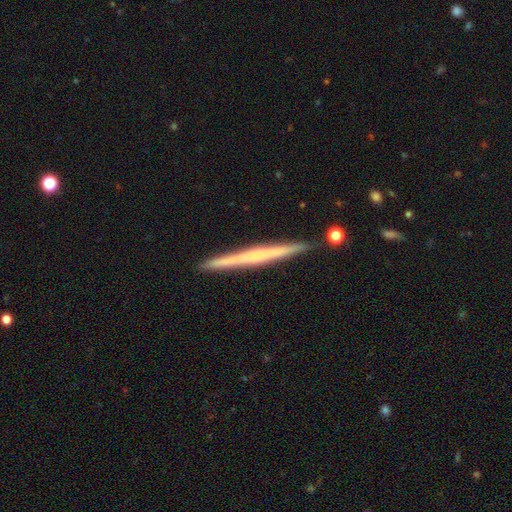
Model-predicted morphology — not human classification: smooth-or-featured: featured or disk: 59% | smooth: 35% | star or artifact: 6%
  disk-edge-on: yes: 98% | no: 2%
    edge-on-bulge: none: 70% | rounded: 22% | boxy: 8%
  merging: none: 91% | minor disturbance: 7% | merger: 2% | major disturbance: 1%